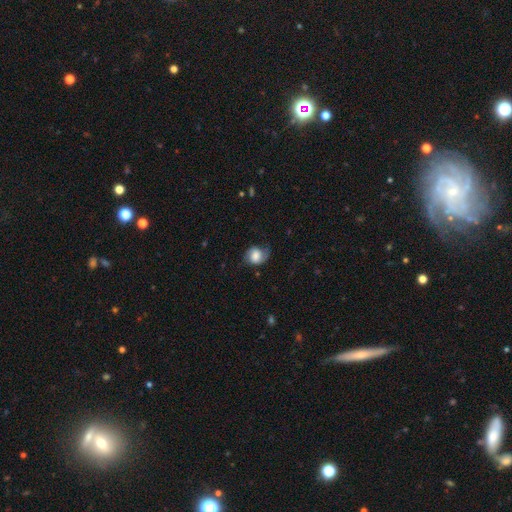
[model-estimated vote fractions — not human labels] A smooth galaxy with no disk features (53%) that is round (62%).

Vote fractions:
- Smooth or featured? smooth: 53% / featured or disk: 38% / star or artifact: 9%
- How rounded? round: 62% / in between: 37% / cigar-shaped: 1%
- Merging? none: 55% / minor disturbance: 28% / major disturbance: 15% / merger: 1%